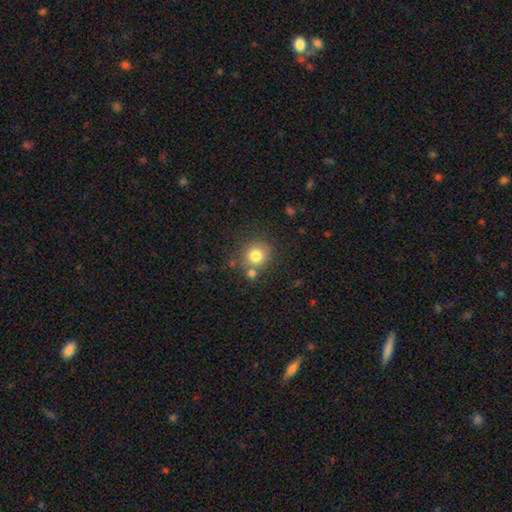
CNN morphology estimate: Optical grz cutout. It shows a smooth galaxy with no disk features (79%) that is round (90%). Merging: none (70%).